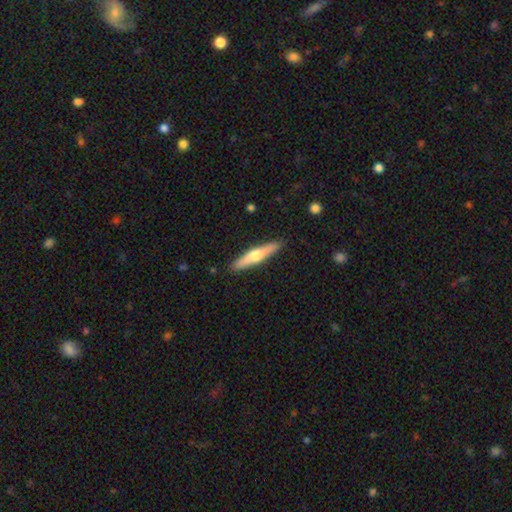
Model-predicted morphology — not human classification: Q: Smooth or featured?
A: featured or disk (48%); runner-up: smooth (47%)
Q: Merging?
A: none (90%); runner-up: minor disturbance (8%)